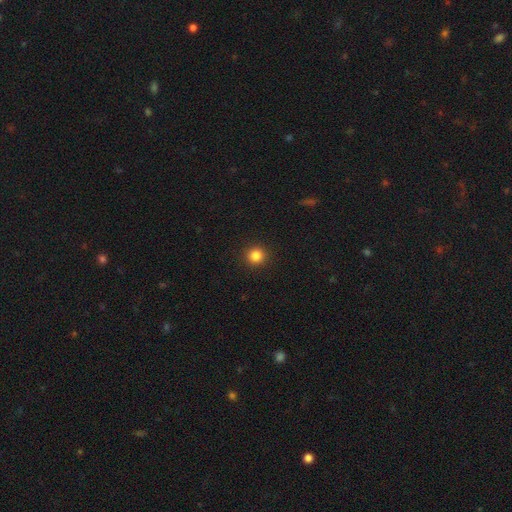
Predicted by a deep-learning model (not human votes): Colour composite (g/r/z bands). It shows a smooth galaxy with no disk features (85%) that is round (93%). Merging: none (92%).